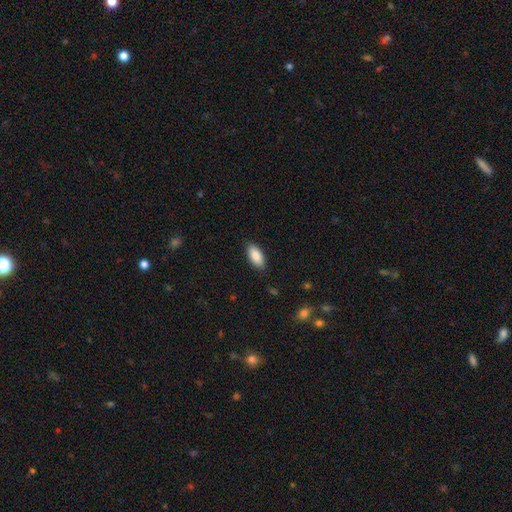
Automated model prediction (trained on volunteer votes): The model was most divided on "merging": none: 87%, minor disturbance: 10%, major disturbance: 2%, merger: 1%. More confident: how rounded — in between (90%); smooth or featured — smooth (89%).